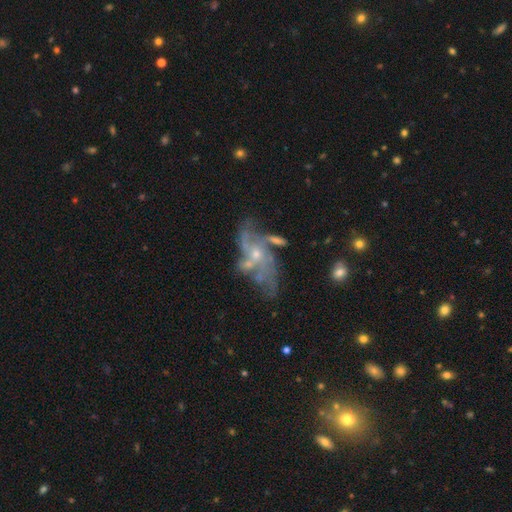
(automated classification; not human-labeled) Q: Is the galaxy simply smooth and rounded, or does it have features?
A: featured or disk — 81%.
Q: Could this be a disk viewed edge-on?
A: no — 94%.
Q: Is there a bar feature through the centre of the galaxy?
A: no — 71%.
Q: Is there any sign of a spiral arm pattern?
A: yes — 86%.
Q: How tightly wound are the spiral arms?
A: medium — 40%.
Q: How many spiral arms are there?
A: can't tell — 29%.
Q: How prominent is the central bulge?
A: small — 65%.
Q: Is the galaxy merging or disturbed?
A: none — 48%.